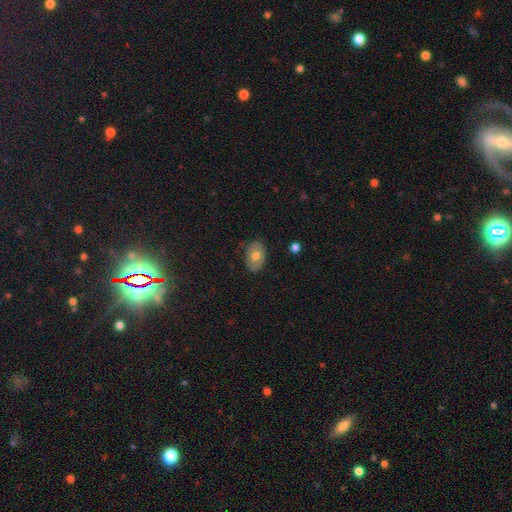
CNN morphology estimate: A smooth galaxy with no disk features (64%) that is in between round and cigar-shaped (82%). Merging: none (80%).